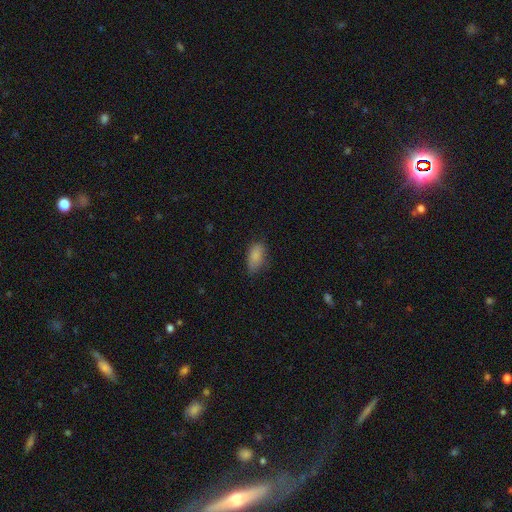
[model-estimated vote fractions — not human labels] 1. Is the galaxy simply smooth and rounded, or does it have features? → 85% smooth, 8% star or artifact, 7% featured or disk.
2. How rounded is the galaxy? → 91% in between, 5% cigar-shaped, 4% round.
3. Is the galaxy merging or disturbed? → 69% none, 24% minor disturbance, 6% major disturbance, 1% merger.